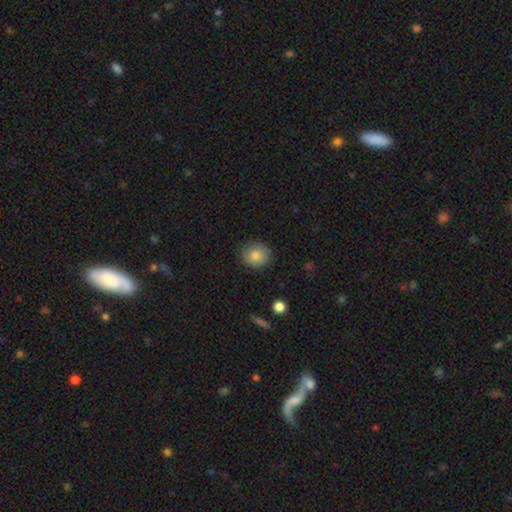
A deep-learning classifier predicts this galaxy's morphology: type=smooth (84%); roundness=round (79%); merging=none (85%).